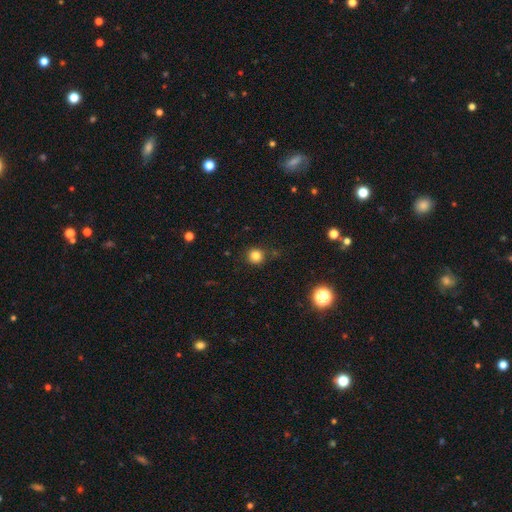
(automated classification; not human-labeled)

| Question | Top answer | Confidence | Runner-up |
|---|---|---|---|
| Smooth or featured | smooth | 82% | star or artifact (13%) |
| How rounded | round | 93% | in between (6%) |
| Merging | none | 86% | minor disturbance (8%) |